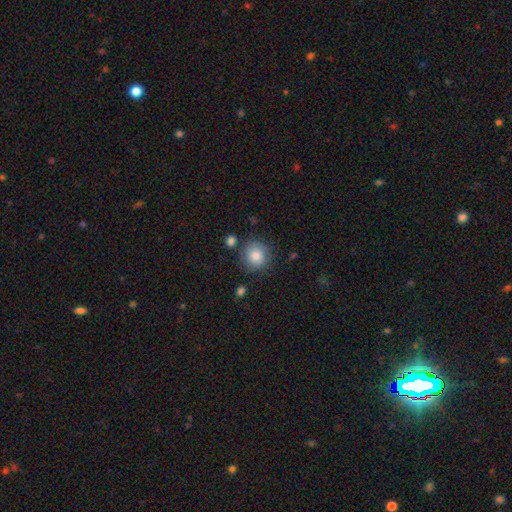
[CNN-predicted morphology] type=smooth (83%); roundness=round (88%); merging=none (78%).